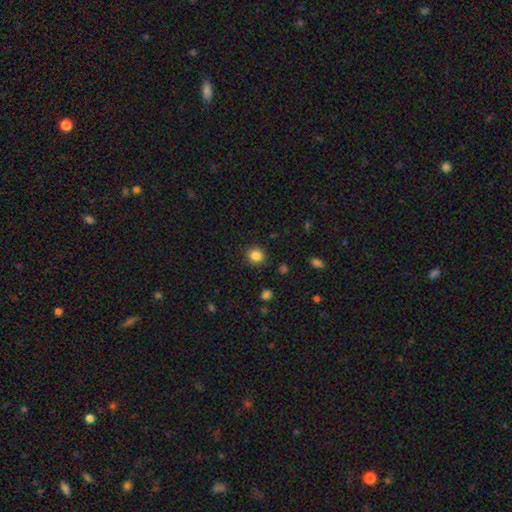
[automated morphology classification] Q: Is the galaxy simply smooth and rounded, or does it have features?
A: smooth — 84%.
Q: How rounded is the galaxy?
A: round — 87%.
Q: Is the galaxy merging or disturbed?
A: none — 90%.